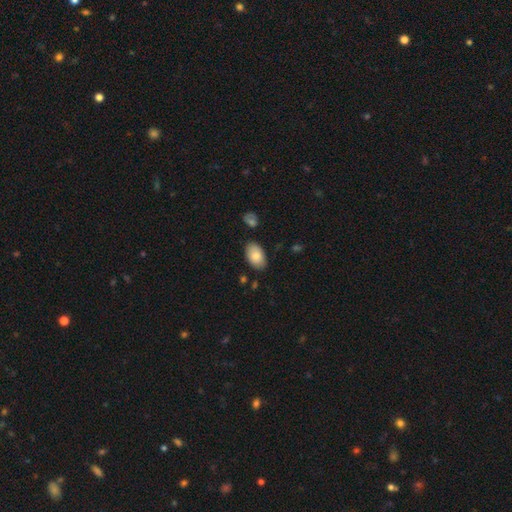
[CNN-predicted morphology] This appears to be a smooth galaxy with no disk features (83%) that is in between round and cigar-shaped (93%). Merging: none (83%).